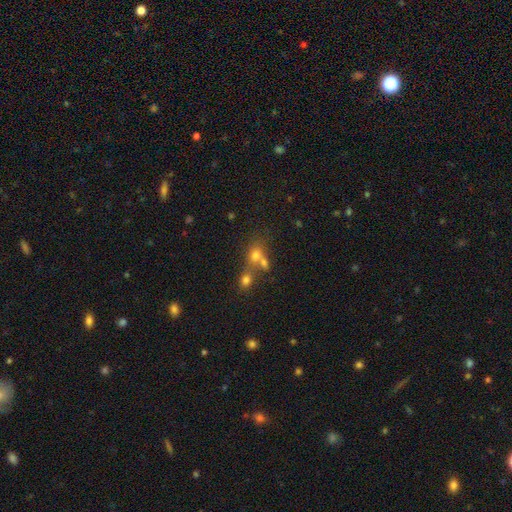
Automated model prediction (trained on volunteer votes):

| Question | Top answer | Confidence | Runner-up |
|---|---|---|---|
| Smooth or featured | smooth | 62% | star or artifact (21%) |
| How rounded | round | 61% | in between (37%) |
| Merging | merger | 52% | none (35%) |